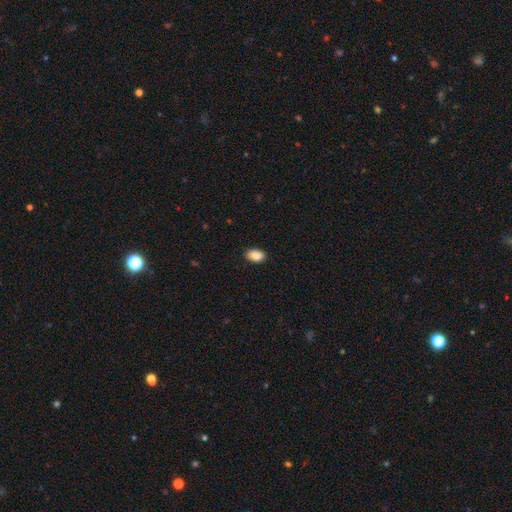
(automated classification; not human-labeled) The model was most divided on "how rounded": in between: 88%, round: 10%, cigar-shaped: 1%. More confident: smooth or featured — smooth (89%); merging — none (89%).